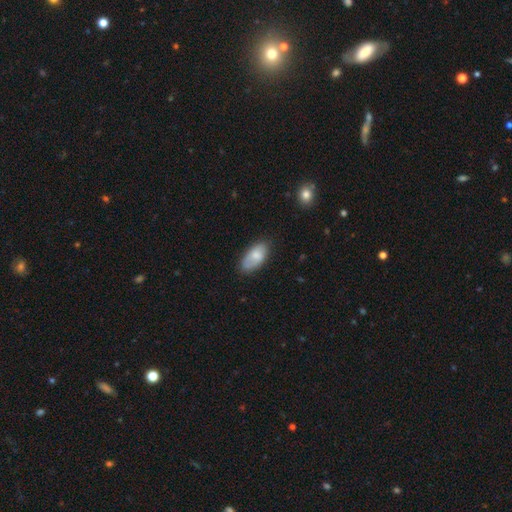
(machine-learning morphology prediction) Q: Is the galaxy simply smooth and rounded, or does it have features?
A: smooth — 74%.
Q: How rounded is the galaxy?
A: in between — 93%.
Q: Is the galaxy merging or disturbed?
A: none — 70%.